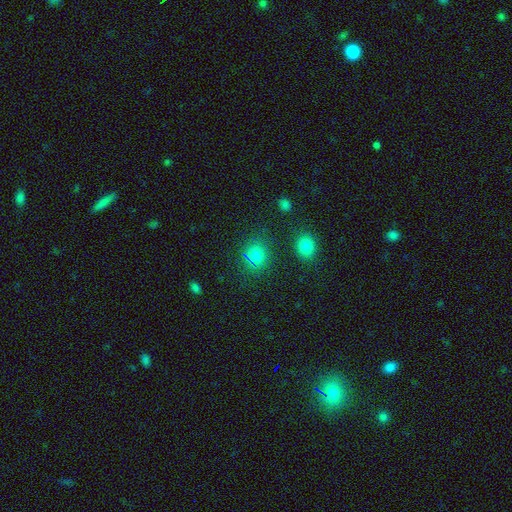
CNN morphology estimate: Q: Smooth or featured?
A: smooth (72%); runner-up: star or artifact (22%)
Q: How rounded?
A: round (80%); runner-up: in between (19%)
Q: Merging?
A: none (81%); runner-up: minor disturbance (9%)